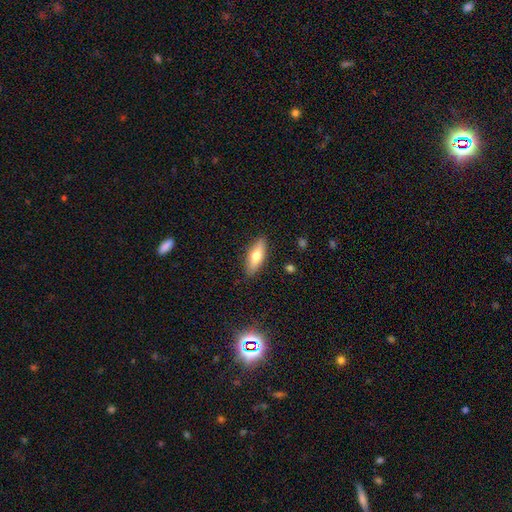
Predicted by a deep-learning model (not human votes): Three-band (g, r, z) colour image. It shows a smooth galaxy with no disk features (62%) that is in between round and cigar-shaped (59%). Merging: none (87%).